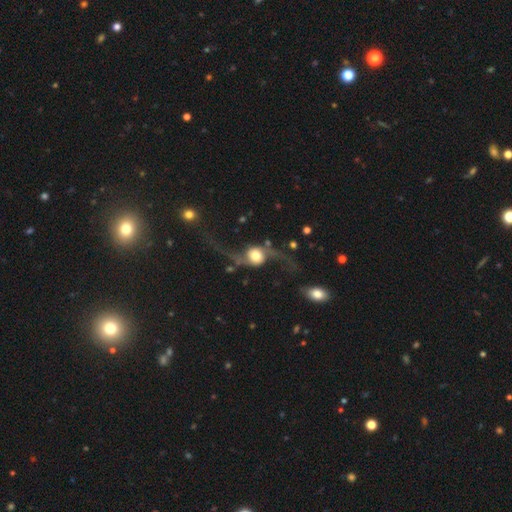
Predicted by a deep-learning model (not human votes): Smooth or featured? featured or disk (78%)
Edge-on disk? no (88%)
Bar? no (68%)
Spiral arms? yes (92%)
Spiral winding? loose (94%)
Spiral arm count? 2 (93%)
Bulge size? large (41%)
Merging? none (52%)